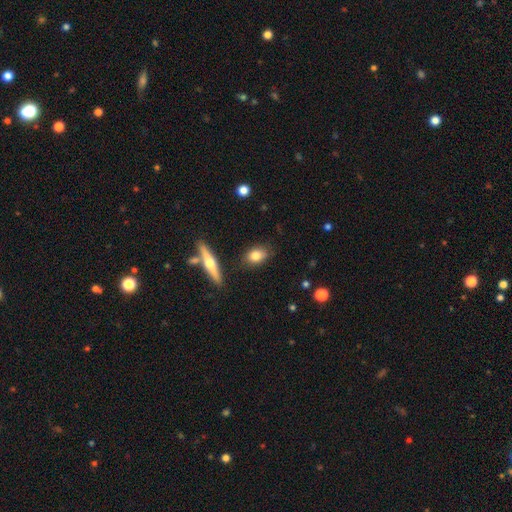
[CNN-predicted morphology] A smooth galaxy with no disk features (76%) that is in between round and cigar-shaped (74%). Merging: none (81%).